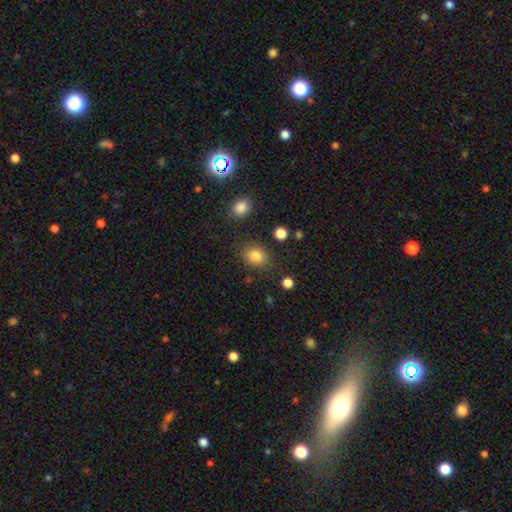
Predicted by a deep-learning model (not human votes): smooth 83%, star or artifact 11%, featured or disk 6%. Down the decision tree: how rounded — round (55%); merging — none (81%).